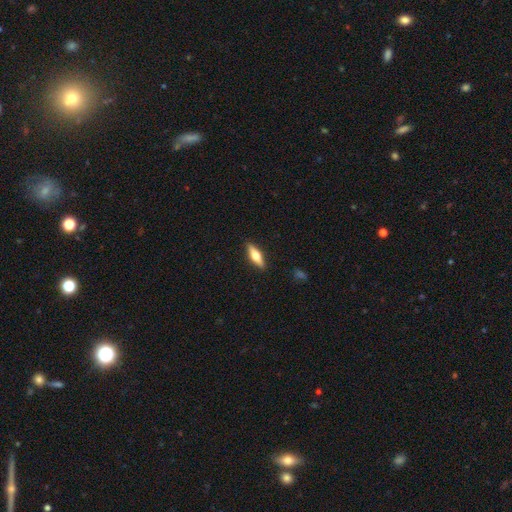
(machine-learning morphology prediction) Smooth or featured?
  - smooth: 50% *
  - featured or disk: 43%
  - star or artifact: 6%
How rounded?
  - cigar-shaped: 51% *
  - in between: 46%
  - round: 3%
Merging?
  - none: 89% *
  - minor disturbance: 8%
  - major disturbance: 2%
  - merger: 1%